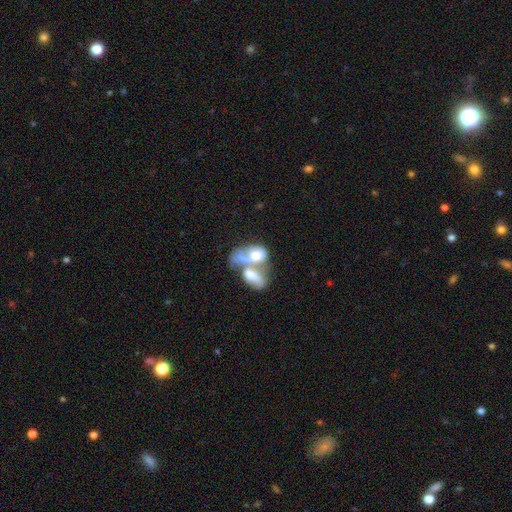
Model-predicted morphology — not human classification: Smooth or featured? Predicted: smooth (p=0.53). How rounded? Predicted: in between (p=0.85). Merging? Predicted: merger (p=0.78).